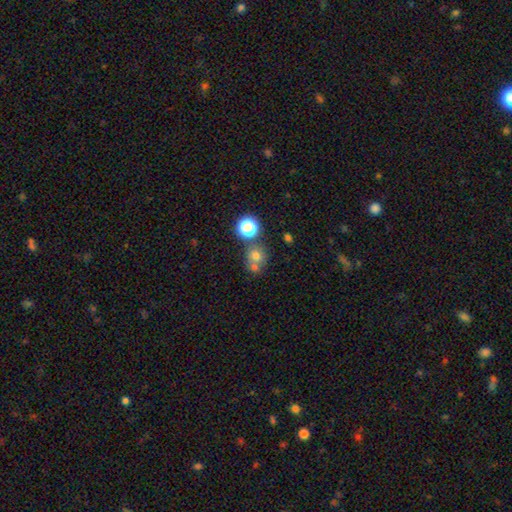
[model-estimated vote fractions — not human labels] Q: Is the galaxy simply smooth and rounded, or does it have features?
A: smooth — 70%.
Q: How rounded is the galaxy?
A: round — 83%.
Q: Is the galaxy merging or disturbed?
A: none — 52%.